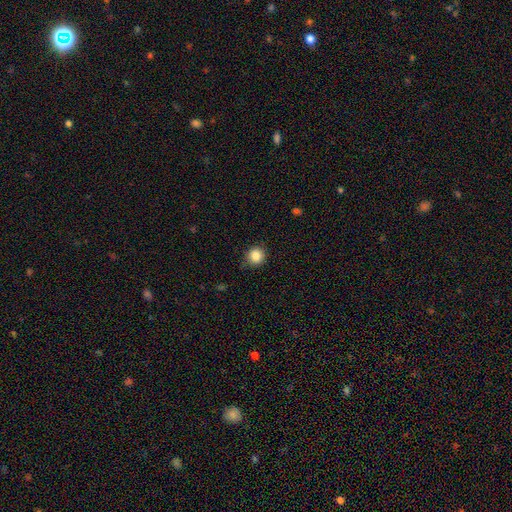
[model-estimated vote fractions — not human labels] The model was most divided on "merging": none: 83%, minor disturbance: 13%, major disturbance: 3%, merger: 1%. More confident: how rounded — round (87%); smooth or featured — smooth (86%).